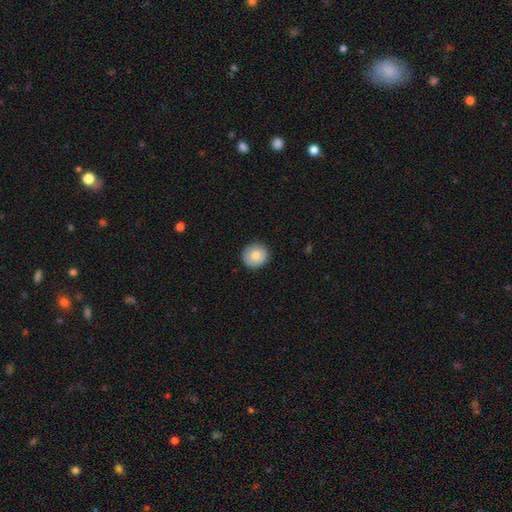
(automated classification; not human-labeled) smooth_or_featured: smooth (p=0.81) [alt: featured or disk p=0.11]
how_rounded: round (p=0.93) [alt: in between p=0.06]
merging: none (p=0.89) [alt: minor disturbance p=0.09]